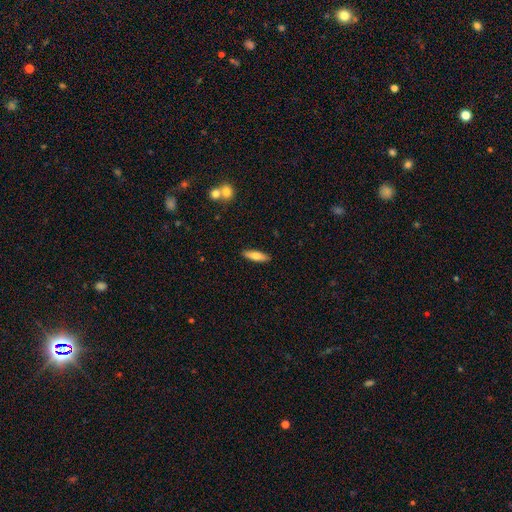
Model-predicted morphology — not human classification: Q: Smooth or featured?
A: smooth (70%); runner-up: featured or disk (24%)
Q: How rounded?
A: cigar-shaped (58%); runner-up: in between (40%)
Q: Merging?
A: none (89%); runner-up: minor disturbance (8%)